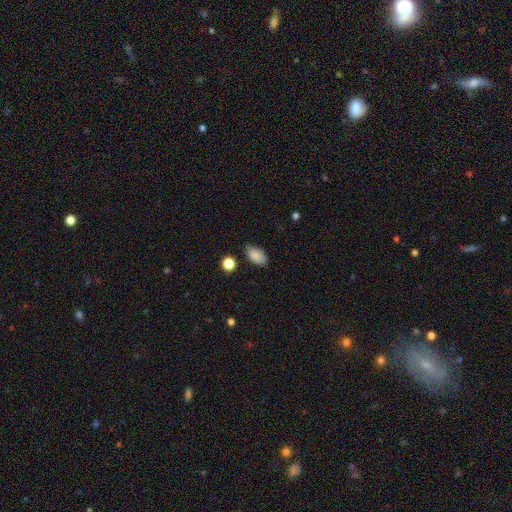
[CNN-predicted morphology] Smooth or featured? smooth (85%)
How rounded? in between (93%)
Merging? none (74%)